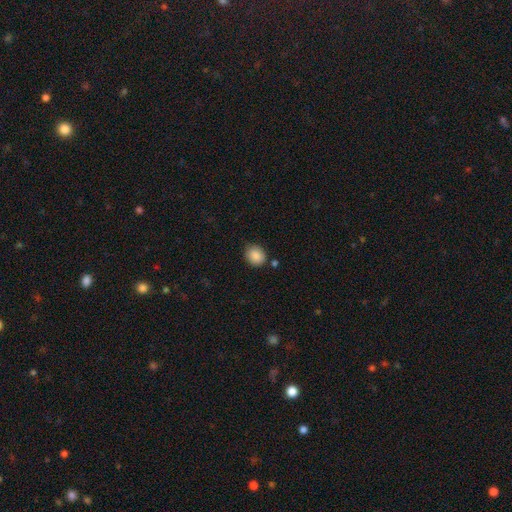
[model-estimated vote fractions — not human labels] Smooth or featured?
  - smooth: 88% *
  - star or artifact: 8%
  - featured or disk: 4%
How rounded?
  - round: 66% *
  - in between: 34%
  - cigar-shaped: 1%
Merging?
  - none: 79% *
  - minor disturbance: 14%
  - merger: 4%
  - major disturbance: 3%